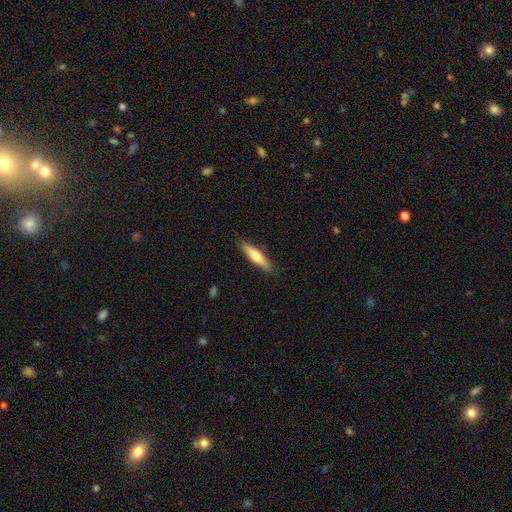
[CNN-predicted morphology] This appears to be a smooth galaxy with no disk features (61%) that is cigar-shaped (76%). Merging: none (87%).